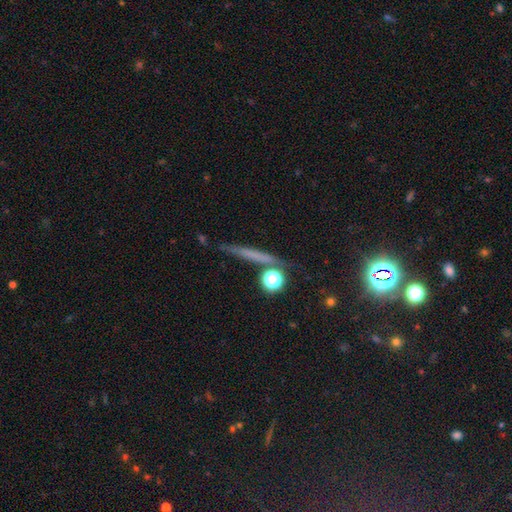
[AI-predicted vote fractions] smooth 46%, featured or disk 34%, star or artifact 19%. Down the decision tree: merging — none (81%).